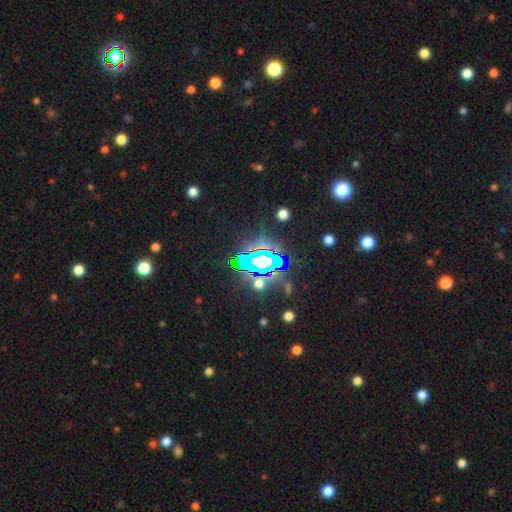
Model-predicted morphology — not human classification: Q: Smooth or featured?
A: star or artifact (80%); runner-up: smooth (10%)